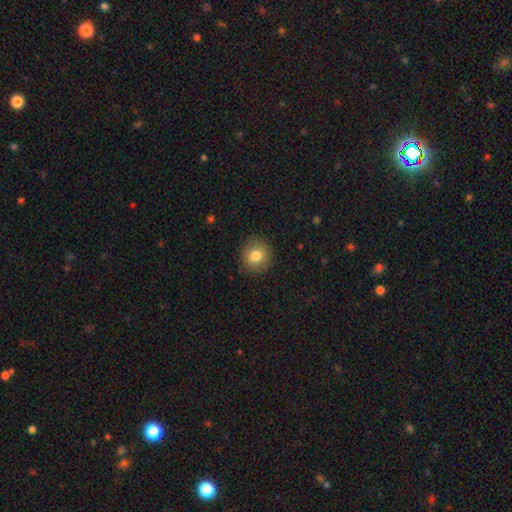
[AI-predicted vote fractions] smooth 81%, featured or disk 10%, star or artifact 9%. Down the decision tree: how rounded — round (86%); merging — none (89%).